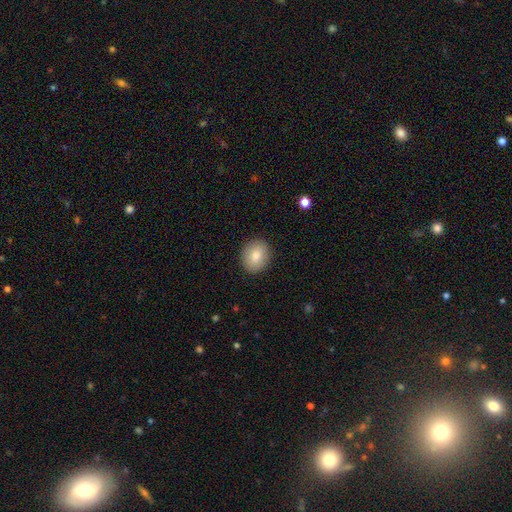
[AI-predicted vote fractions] Morphology: type=smooth (80%); roundness=round (66%); merging=none (90%).